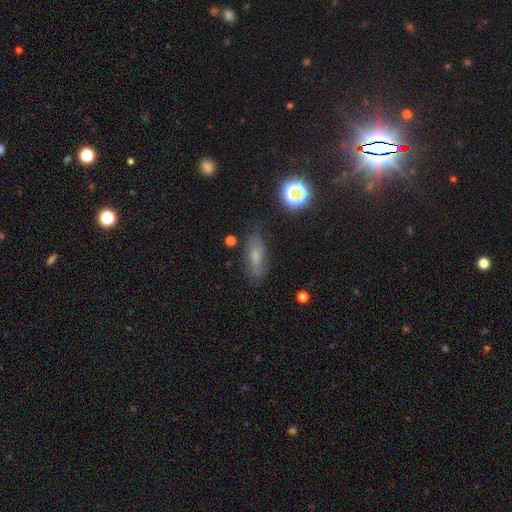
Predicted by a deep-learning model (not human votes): Q: Smooth or featured?
A: smooth (57%); runner-up: featured or disk (26%)
Q: How rounded?
A: in between (68%); runner-up: cigar-shaped (26%)
Q: Merging?
A: none (73%); runner-up: minor disturbance (19%)